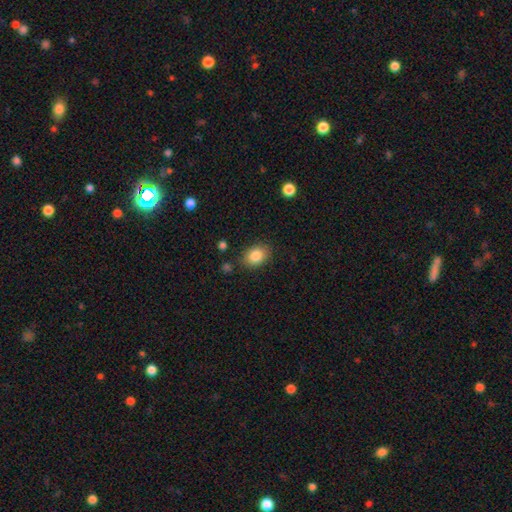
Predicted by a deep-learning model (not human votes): Morphology: type=smooth (85%); roundness=in between (73%); merging=none (83%).